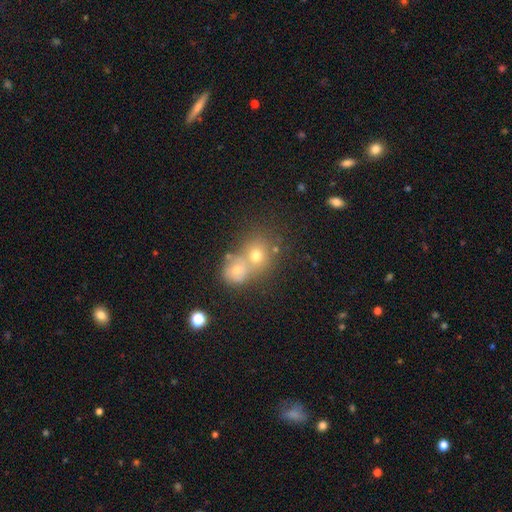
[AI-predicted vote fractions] Morphology: type=smooth (56%); roundness=round (74%); merging=merger (59%).